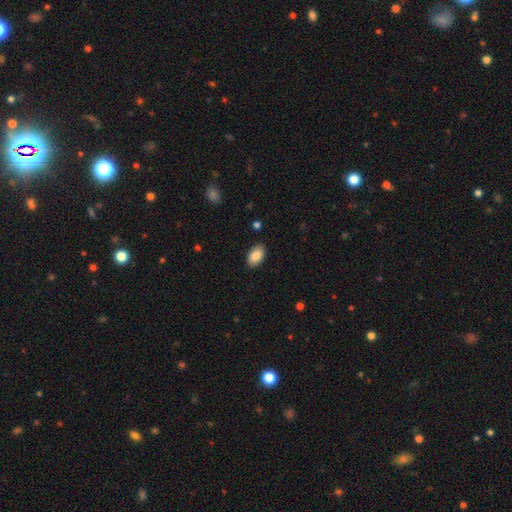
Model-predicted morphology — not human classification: type=smooth (86%); roundness=in between (94%); merging=none (88%).